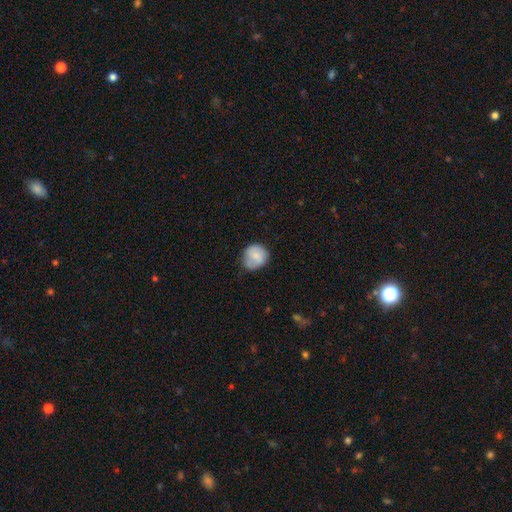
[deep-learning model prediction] Smooth or featured? smooth (78%)
How rounded? round (82%)
Merging? none (69%)